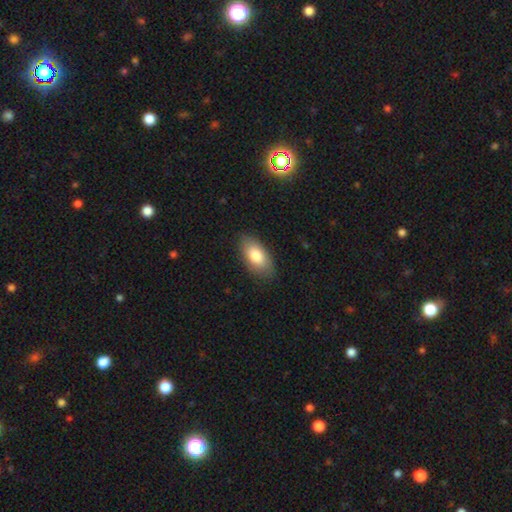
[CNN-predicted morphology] smooth_or_featured: smooth (p=0.79) [alt: featured or disk p=0.15]
how_rounded: in between (p=0.92) [alt: cigar-shaped p=0.05]
merging: none (p=0.83) [alt: minor disturbance p=0.13]